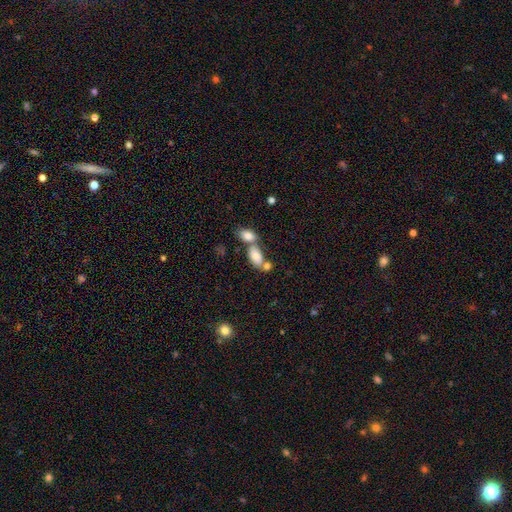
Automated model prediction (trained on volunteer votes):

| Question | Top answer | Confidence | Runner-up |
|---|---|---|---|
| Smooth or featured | smooth | 79% | featured or disk (12%) |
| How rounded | in between | 90% | round (7%) |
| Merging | merger | 54% | none (33%) |